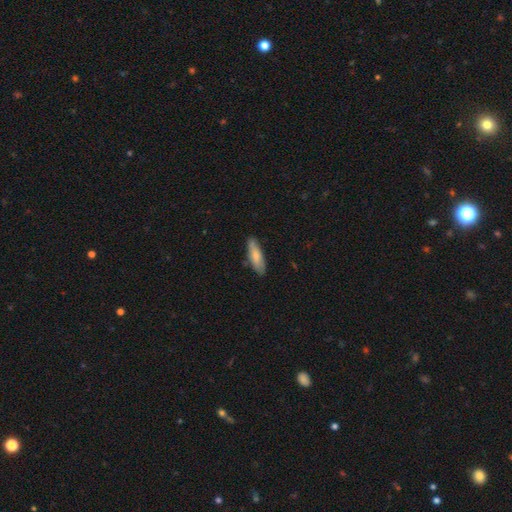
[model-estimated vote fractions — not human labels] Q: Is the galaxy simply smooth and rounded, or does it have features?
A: smooth — 76%.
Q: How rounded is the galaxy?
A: cigar-shaped — 53%.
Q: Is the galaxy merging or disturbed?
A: none — 81%.